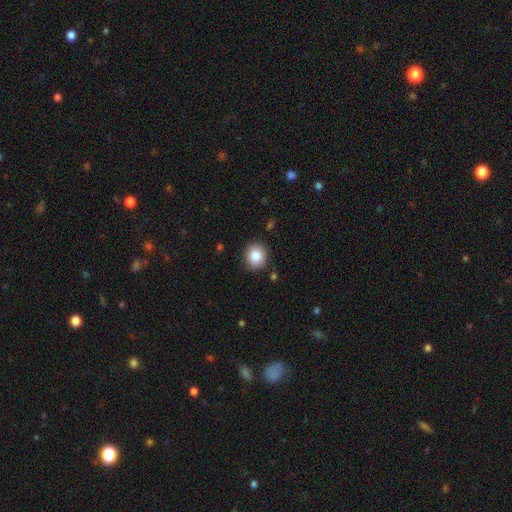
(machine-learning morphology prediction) Overall: smooth (84%). How rounded: round (79%). Merging: none (89%).